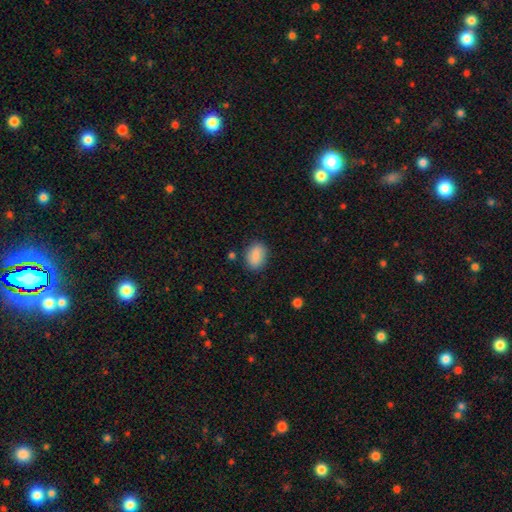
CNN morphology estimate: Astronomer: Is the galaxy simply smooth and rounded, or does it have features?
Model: smooth — 88%.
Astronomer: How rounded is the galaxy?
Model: in between — 80%.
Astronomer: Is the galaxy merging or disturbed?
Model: none — 84%.